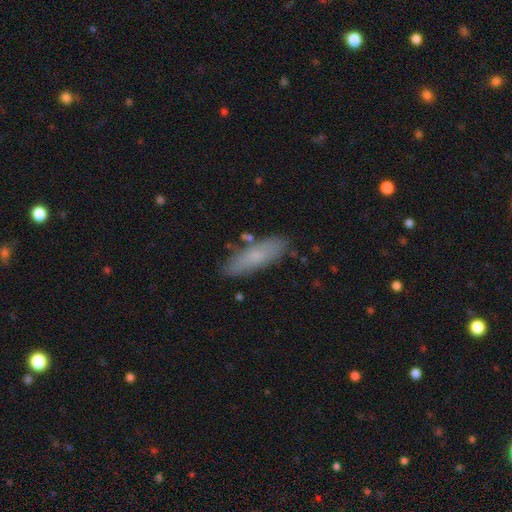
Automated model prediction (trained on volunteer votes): smooth-or-featured: smooth: 71% | featured or disk: 21% | star or artifact: 7%
  how-rounded: cigar-shaped: 57% | in between: 41% | round: 2%
  merging: none: 82% | minor disturbance: 13% | merger: 3% | major disturbance: 3%